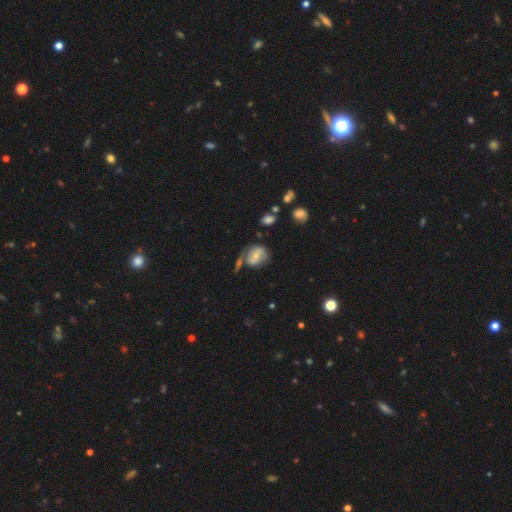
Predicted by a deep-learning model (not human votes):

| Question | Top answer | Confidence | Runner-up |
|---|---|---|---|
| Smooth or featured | featured or disk | 51% | smooth (40%) |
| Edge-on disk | no | 96% | yes (4%) |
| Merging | none | 45% | minor disturbance (23%) |